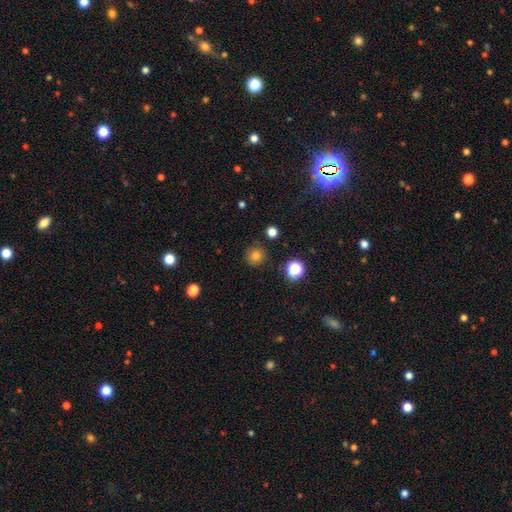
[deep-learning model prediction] Smooth or featured?
  - smooth: 78% *
  - star or artifact: 16%
  - featured or disk: 6%
How rounded?
  - round: 93% *
  - in between: 6%
  - cigar-shaped: 1%
Merging?
  - none: 85% *
  - minor disturbance: 10%
  - major disturbance: 3%
  - merger: 2%